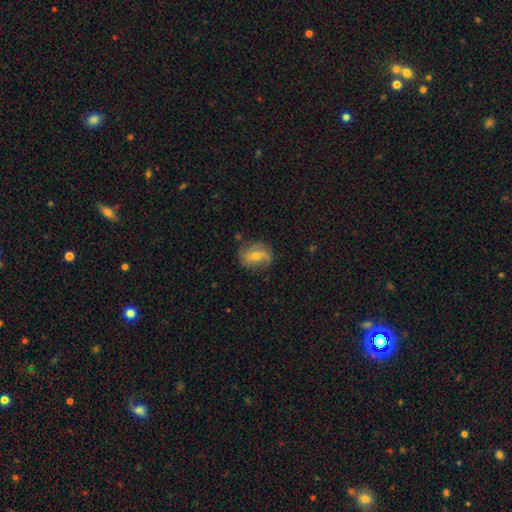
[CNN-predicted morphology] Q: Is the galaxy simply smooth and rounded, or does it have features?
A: featured or disk — 59%.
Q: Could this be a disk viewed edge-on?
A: no — 95%.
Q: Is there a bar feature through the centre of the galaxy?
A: weak — 41%.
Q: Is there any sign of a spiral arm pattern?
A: yes — 83%.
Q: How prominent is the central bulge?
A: moderate — 53%.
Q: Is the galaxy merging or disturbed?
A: none — 70%.